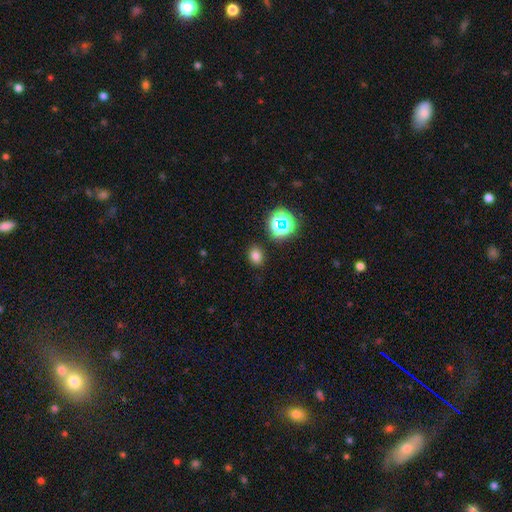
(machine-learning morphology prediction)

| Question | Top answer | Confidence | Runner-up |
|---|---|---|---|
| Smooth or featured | smooth | 73% | star or artifact (20%) |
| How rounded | in between | 56% | round (43%) |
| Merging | none | 86% | minor disturbance (9%) |